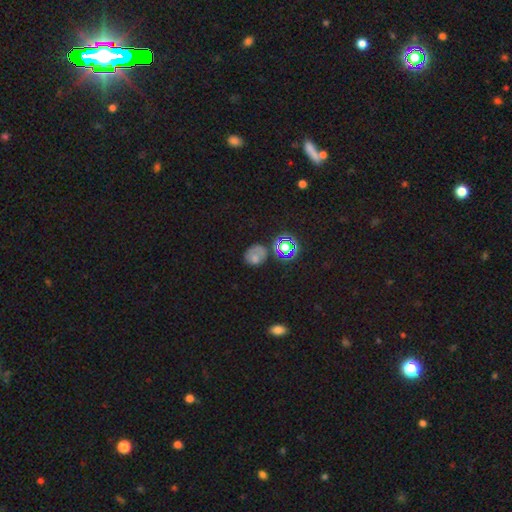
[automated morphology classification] type=smooth (60%); roundness=round (61%); merging=none (54%).